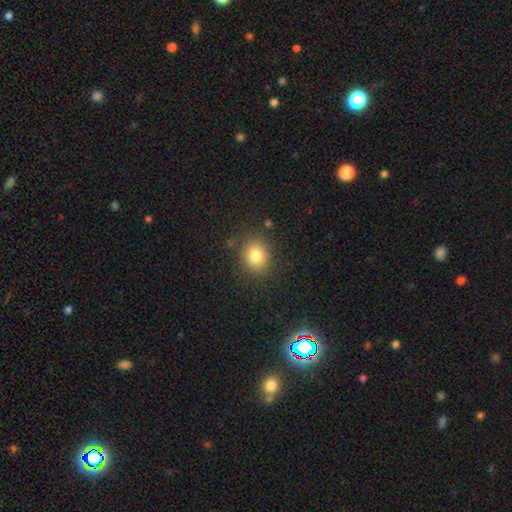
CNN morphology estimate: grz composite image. It shows a smooth galaxy with no disk features (82%) that is round (70%). Merging: none (84%).